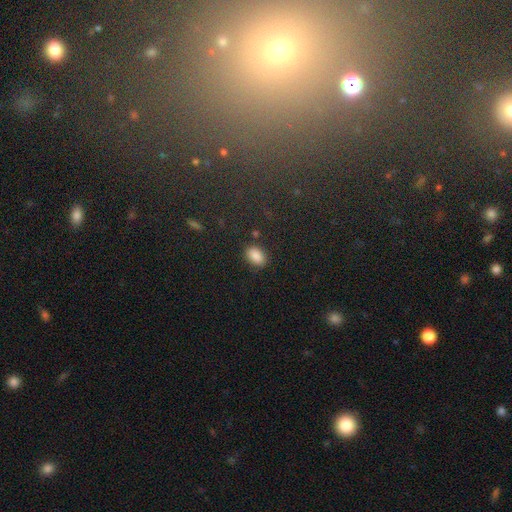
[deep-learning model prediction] This appears to be a smooth galaxy with no disk features (87%) that is in between round and cigar-shaped (89%). Merging: none (84%).